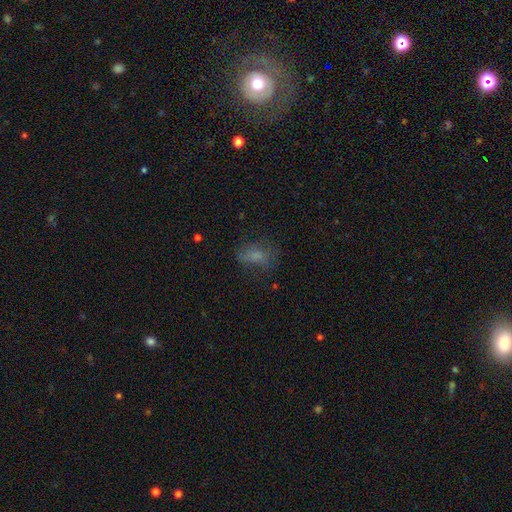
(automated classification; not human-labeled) The model was most divided on "merging": none: 49%, minor disturbance: 25%, major disturbance: 24%, merger: 2%. More confident: how rounded — in between (80%); smooth or featured — smooth (65%).